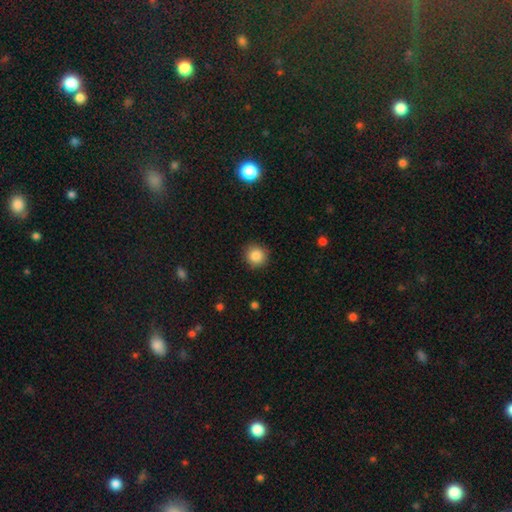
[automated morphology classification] smooth 86%, star or artifact 10%, featured or disk 5%. Down the decision tree: how rounded — round (92%); merging — none (89%).